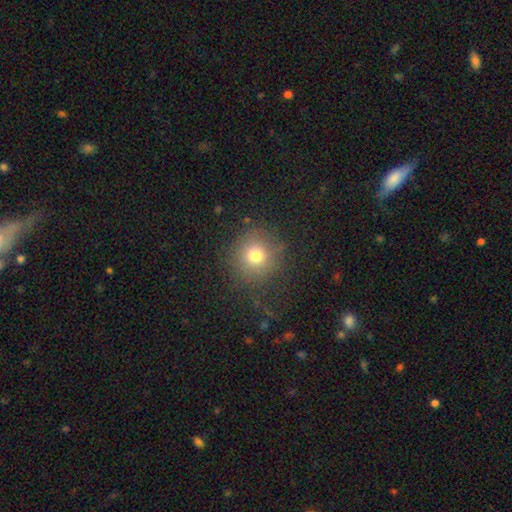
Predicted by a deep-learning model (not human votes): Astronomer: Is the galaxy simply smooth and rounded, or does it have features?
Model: smooth — 73%.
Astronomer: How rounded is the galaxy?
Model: round — 92%.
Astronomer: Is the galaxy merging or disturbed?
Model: none — 85%.